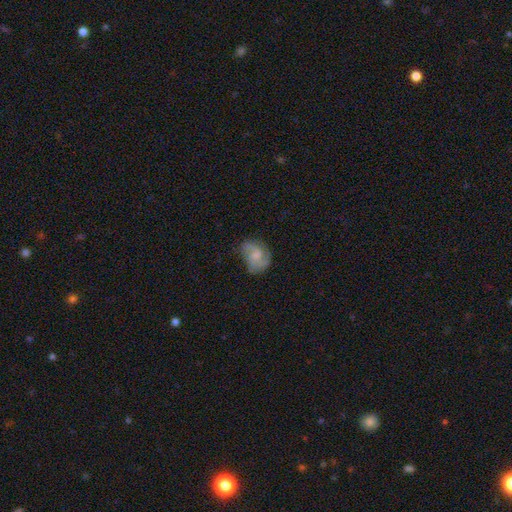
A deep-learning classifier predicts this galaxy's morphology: Smooth or featured? Predicted: featured or disk (p=0.56). Edge-on disk? Predicted: no (p=0.97). Bar? Predicted: no (p=0.64). Spiral arms? Predicted: yes (p=0.85). Bulge size? Predicted: moderate (p=0.38). Merging? Predicted: none (p=0.52).